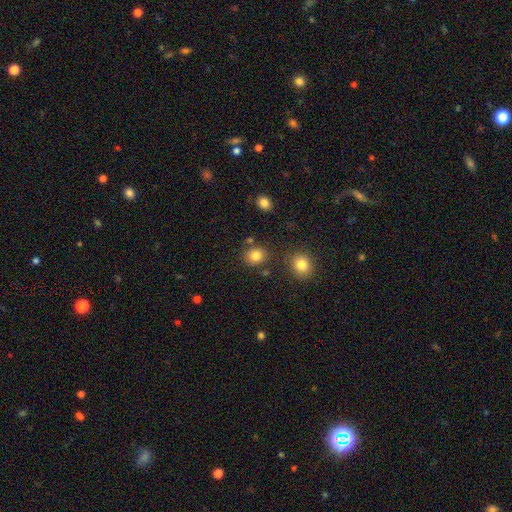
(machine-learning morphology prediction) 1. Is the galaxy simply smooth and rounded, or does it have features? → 83% smooth, 12% star or artifact, 5% featured or disk.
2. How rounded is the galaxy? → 75% round, 24% in between, 1% cigar-shaped.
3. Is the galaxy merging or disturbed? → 79% none, 10% minor disturbance, 7% merger, 4% major disturbance.